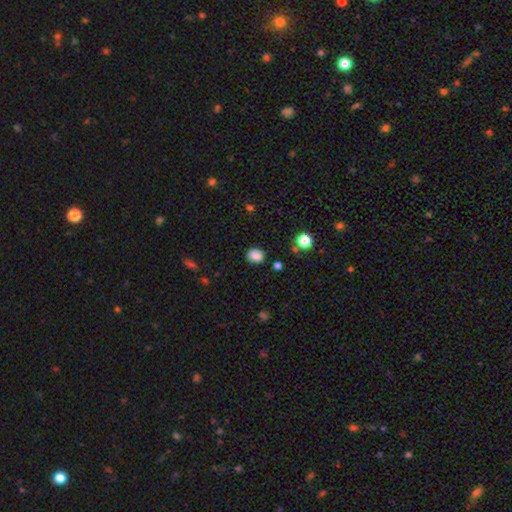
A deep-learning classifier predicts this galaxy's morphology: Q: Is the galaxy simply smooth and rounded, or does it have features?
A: smooth — 84%.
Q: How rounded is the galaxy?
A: round — 54%.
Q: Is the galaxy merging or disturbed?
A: none — 78%.